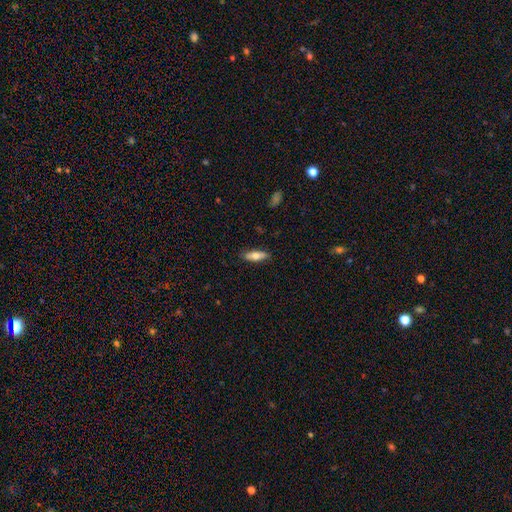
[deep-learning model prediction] This is likely a smooth galaxy (66%). How rounded: possibly in between (56%). Merging: clearly none (86%).